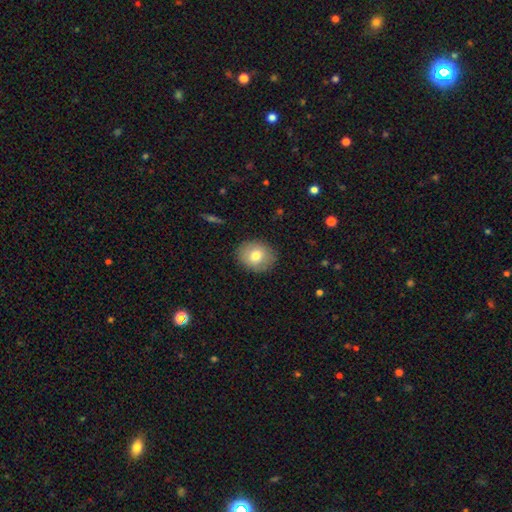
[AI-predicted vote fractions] smooth_or_featured: smooth (p=0.76) [alt: featured or disk p=0.15]
how_rounded: round (p=0.59) [alt: in between p=0.41]
merging: none (p=0.88) [alt: minor disturbance p=0.09]